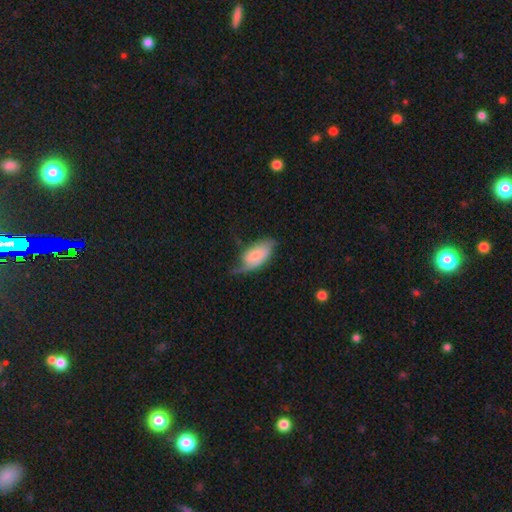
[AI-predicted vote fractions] Morphology: type=smooth (55%); roundness=in between (92%); merging=minor disturbance (36%, tied with none).